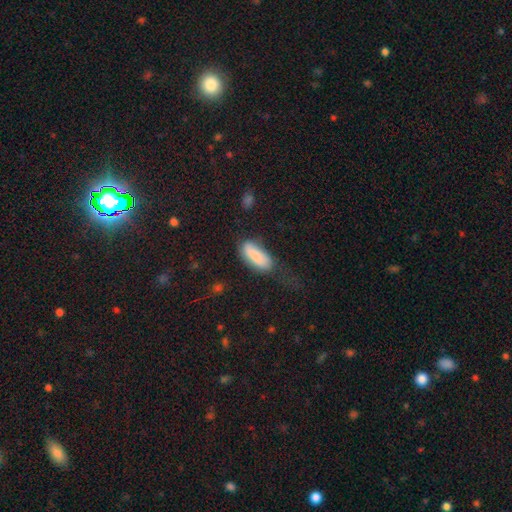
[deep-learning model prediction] Smooth or featured?
  - smooth: 82% *
  - featured or disk: 12%
  - star or artifact: 6%
How rounded?
  - in between: 76% *
  - cigar-shaped: 22%
  - round: 2%
Merging?
  - none: 51% *
  - minor disturbance: 29%
  - major disturbance: 17%
  - merger: 4%